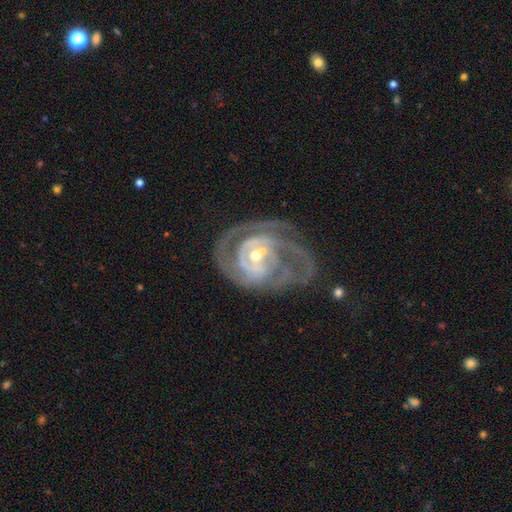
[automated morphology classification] smooth-or-featured: featured or disk: 88% | smooth: 7% | star or artifact: 6%
  disk-edge-on: no: 97% | yes: 3%
    bar: no: 47% | weak: 37% | strong: 16%
    has-spiral-arms: yes: 92% | no: 8%
      spiral-winding: tight: 58% | medium: 33% | loose: 9%
      spiral-arm-count: 2: 40% | can't tell: 24% | 3: 19% | 1: 7% | 4: 6% | more than 4: 5%
    bulge-size: small: 58% | moderate: 37% | large: 2% | none: 1% | dominant: 1%
  merging: none: 49% | major disturbance: 25% | minor disturbance: 20% | merger: 7%